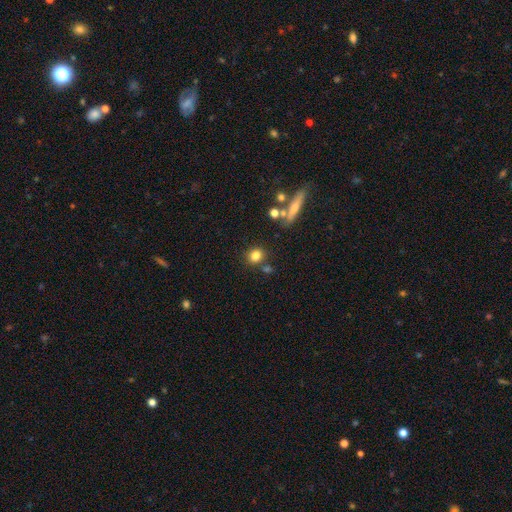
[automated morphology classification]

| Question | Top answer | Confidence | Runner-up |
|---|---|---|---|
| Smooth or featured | smooth | 80% | star or artifact (13%) |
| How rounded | round | 80% | in between (18%) |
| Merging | none | 76% | minor disturbance (10%) |